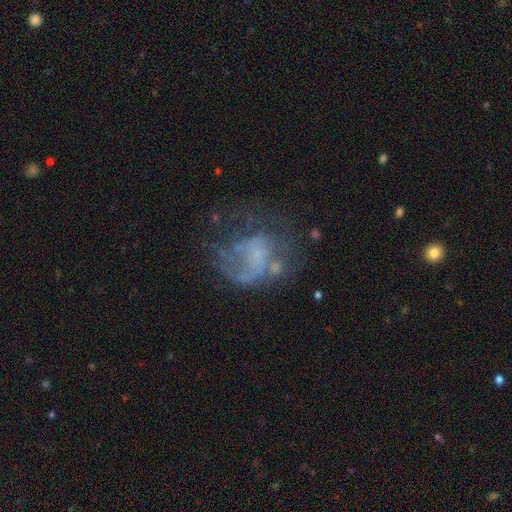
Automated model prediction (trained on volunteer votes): This is possibly a featured or disk galaxy (54%). It is clearly not viewed edge-on (98%). Bar: clearly no (84%). Spiral arm pattern: likely no (70%). Central bulge: likely none (62%). Merging: marginally major disturbance (40%).